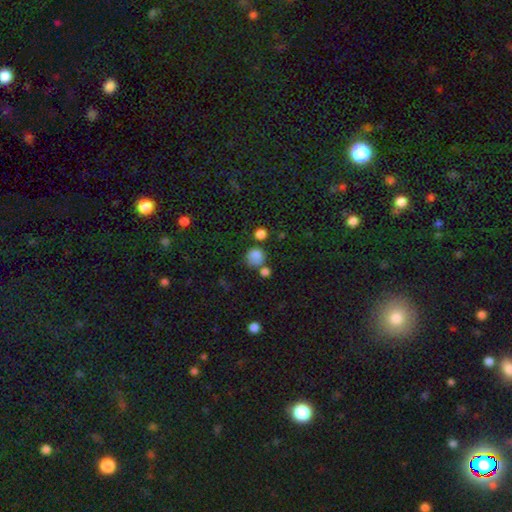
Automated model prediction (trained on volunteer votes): Q: Smooth or featured?
A: smooth (81%); runner-up: star or artifact (13%)
Q: How rounded?
A: round (82%); runner-up: in between (17%)
Q: Merging?
A: none (58%); runner-up: merger (18%)